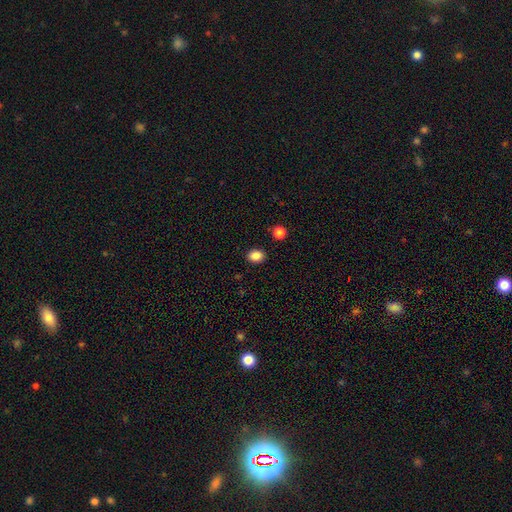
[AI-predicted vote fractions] Smooth or featured: smooth — 86% (star or artifact — 10%)
How rounded: in between — 54% (round — 45%)
Merging: none — 89% (minor disturbance — 7%)